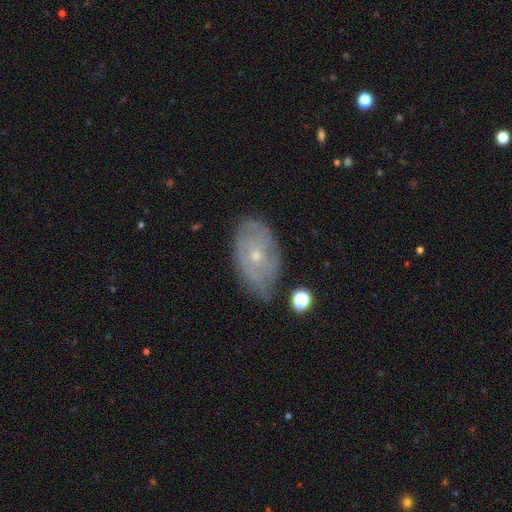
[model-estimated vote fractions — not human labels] Smooth or featured? Predicted: featured or disk (p=0.68). Edge-on disk? Predicted: no (p=0.94). Bar? Predicted: no (p=0.80). Spiral arms? Predicted: yes (p=0.78). Spiral winding? Predicted: tight (p=0.65). Spiral arm count? Predicted: can't tell (p=0.55). Bulge size? Predicted: small (p=0.71). Merging? Predicted: none (p=0.67).